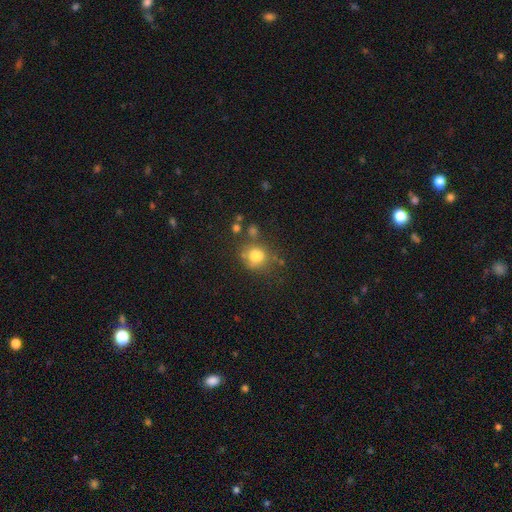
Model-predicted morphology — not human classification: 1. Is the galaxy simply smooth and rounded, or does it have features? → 75% smooth, 13% featured or disk, 12% star or artifact.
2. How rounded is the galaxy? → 74% round, 25% in between, 1% cigar-shaped.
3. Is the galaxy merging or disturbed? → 55% none, 21% minor disturbance, 13% merger, 11% major disturbance.